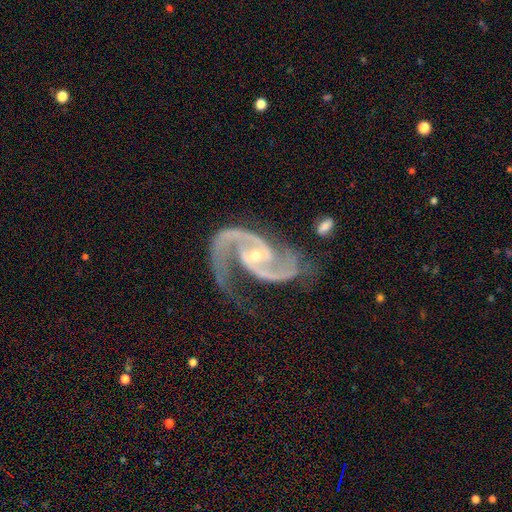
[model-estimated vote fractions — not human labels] smooth_or_featured: featured or disk (p=0.94) [alt: star or artifact p=0.04]
disk_edge_on: no (p=0.98) [alt: yes p=0.02]
bar: no (p=0.50) [alt: weak p=0.33]
has_spiral_arms: yes (p=0.99) [alt: no p=0.01]
spiral_winding: medium (p=0.61) [alt: loose p=0.22]
spiral_arm_count: 2 (p=0.92) [alt: 3 p=0.03]
bulge_size: small (p=0.62) [alt: moderate p=0.35]
merging: none (p=0.60) [alt: minor disturbance p=0.21]